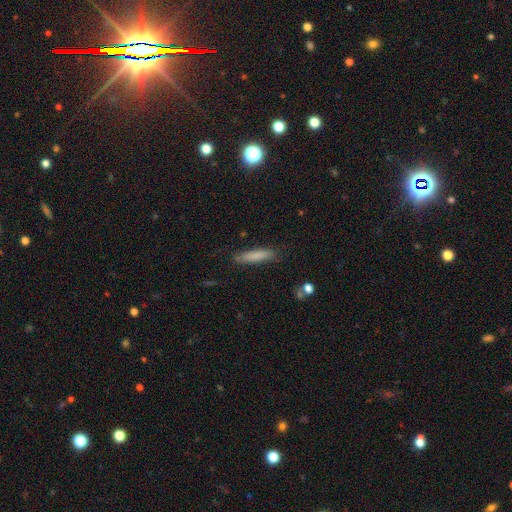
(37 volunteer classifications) Volunteers were most divided on "merging": none: 83%, minor disturbance: 17%, major disturbance: 0%, merger: 0%. More confident: smooth or featured — smooth (89%); how rounded — cigar-shaped (85%).